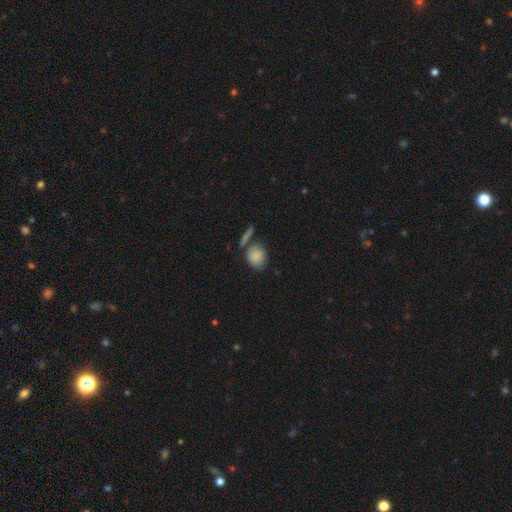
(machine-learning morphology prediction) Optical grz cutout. It shows a smooth galaxy with no disk features (83%) that is round (63%). Merging: none (59%).